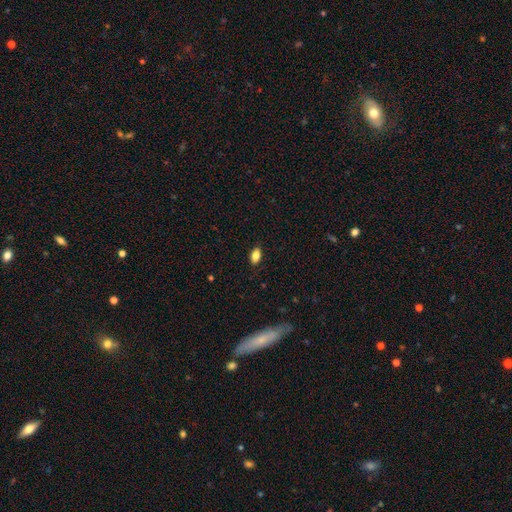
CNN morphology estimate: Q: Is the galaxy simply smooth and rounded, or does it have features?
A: smooth — 81%.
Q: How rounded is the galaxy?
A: in between — 88%.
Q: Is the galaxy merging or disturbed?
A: none — 87%.